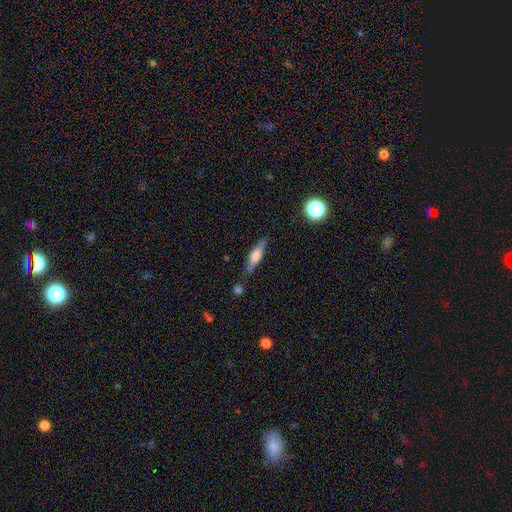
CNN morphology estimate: A smooth galaxy with no disk features (50%) that is cigar-shaped (70%).

Vote fractions:
- Smooth or featured? smooth: 50% / featured or disk: 42% / star or artifact: 7%
- How rounded? cigar-shaped: 70% / in between: 28% / round: 3%
- Merging? none: 75% / minor disturbance: 16% / merger: 5% / major disturbance: 4%